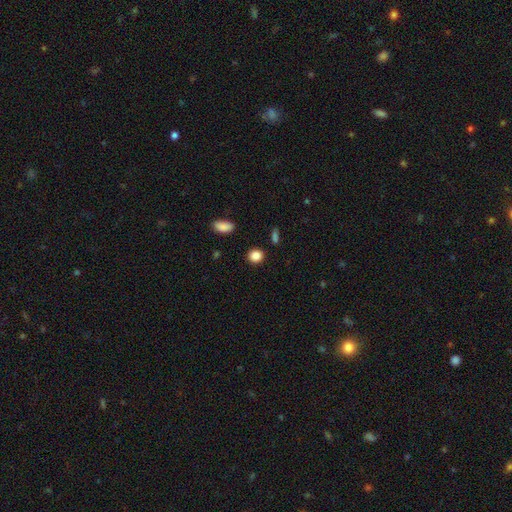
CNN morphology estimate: Q: Smooth or featured?
A: smooth (87%); runner-up: star or artifact (9%)
Q: How rounded?
A: round (77%); runner-up: in between (22%)
Q: Merging?
A: none (89%); runner-up: minor disturbance (6%)